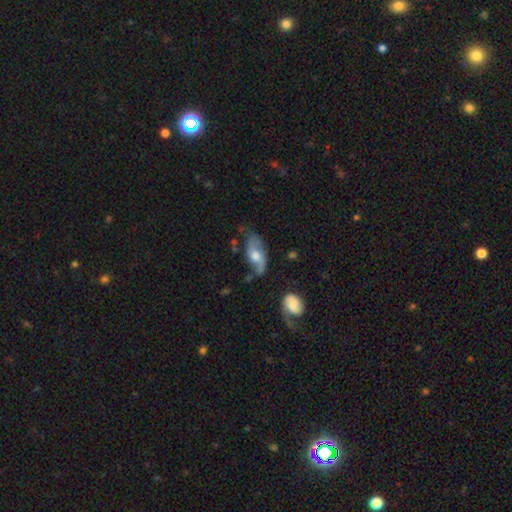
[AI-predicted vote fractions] Smooth or featured?
  - featured or disk: 60% *
  - smooth: 33%
  - star or artifact: 7%
Edge-on disk?
  - no: 88% *
  - yes: 12%
Bar?
  - no: 67% *
  - weak: 27%
  - strong: 6%
Spiral arms?
  - yes: 82% *
  - no: 18%
Bulge size?
  - moderate: 59% *
  - large: 25%
  - small: 11%
  - none: 3%
  - dominant: 2%
Merging?
  - none: 53% *
  - minor disturbance: 28%
  - major disturbance: 14%
  - merger: 5%